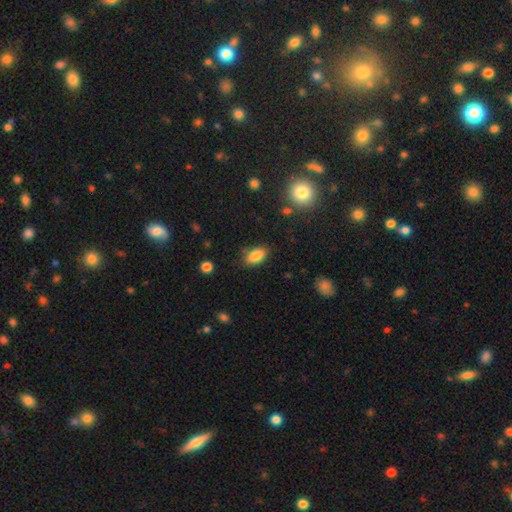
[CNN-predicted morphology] type=smooth (84%); roundness=in between (89%); merging=none (81%).